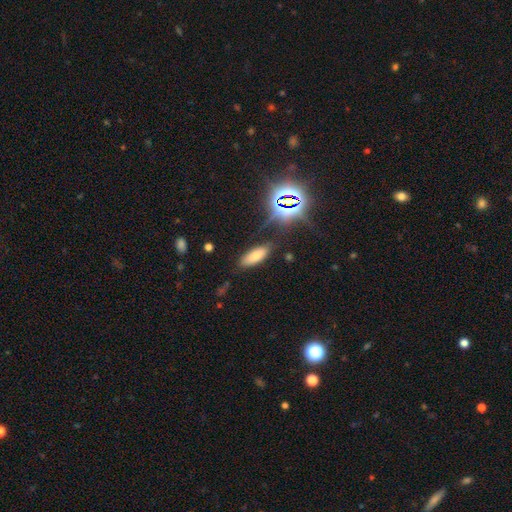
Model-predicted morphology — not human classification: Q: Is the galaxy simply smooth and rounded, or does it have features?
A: smooth — 70%.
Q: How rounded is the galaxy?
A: in between — 78%.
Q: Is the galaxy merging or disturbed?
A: none — 82%.